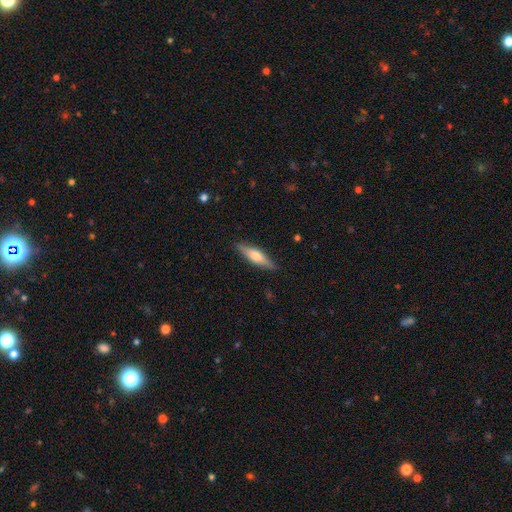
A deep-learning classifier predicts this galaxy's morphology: Smooth or featured: smooth — 51% (featured or disk — 43%)
How rounded: cigar-shaped — 68% (in between — 30%)
Merging: none — 87% (minor disturbance — 10%)